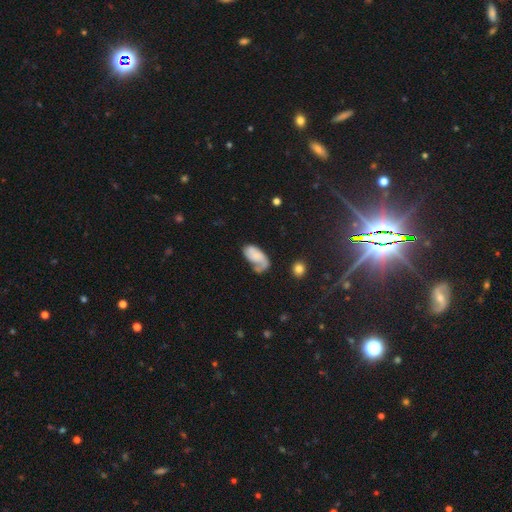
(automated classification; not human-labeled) Smooth or featured?
  - smooth: 48% *
  - featured or disk: 44%
  - star or artifact: 8%
Merging?
  - none: 32% * (tied)
  - major disturbance: 32% * (tied)
  - minor disturbance: 28%
  - merger: 8%